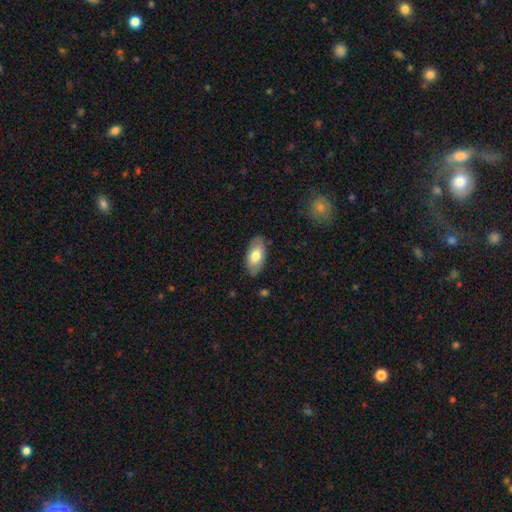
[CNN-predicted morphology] smooth-or-featured: smooth: 71% | featured or disk: 23% | star or artifact: 6%
  how-rounded: in between: 94% | cigar-shaped: 3% | round: 3%
  merging: none: 83% | minor disturbance: 13% | major disturbance: 2% | merger: 1%